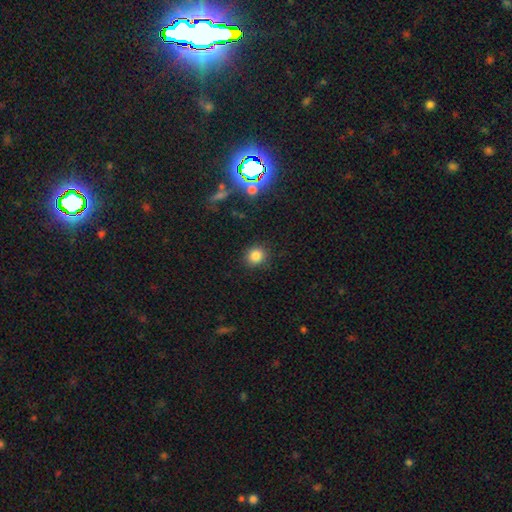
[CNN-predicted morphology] Overall: smooth (83%). How rounded: round (83%). Merging: none (88%).